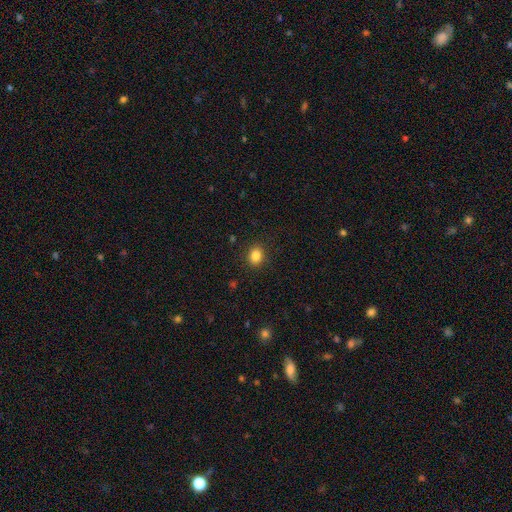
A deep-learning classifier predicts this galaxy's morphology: Q: Smooth or featured?
A: smooth (85%); runner-up: star or artifact (10%)
Q: How rounded?
A: round (52%); runner-up: in between (47%)
Q: Merging?
A: none (89%); runner-up: minor disturbance (8%)